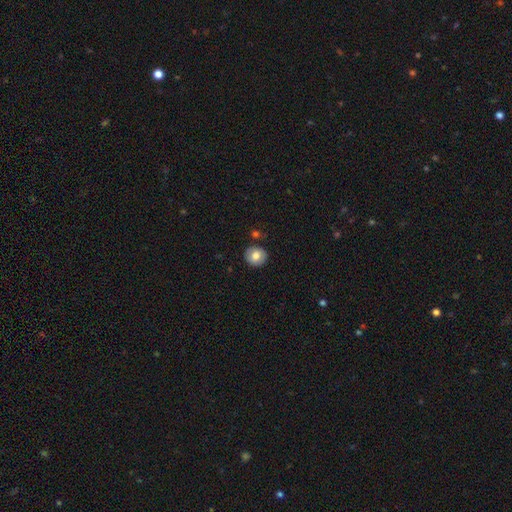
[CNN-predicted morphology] Smooth or featured? Predicted: smooth (p=0.78). How rounded? Predicted: round (p=0.85). Merging? Predicted: none (p=0.86).